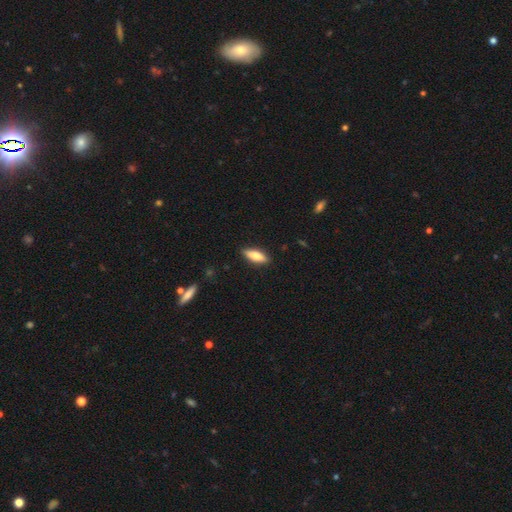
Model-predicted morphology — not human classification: Overall: smooth (75%). How rounded: in between (60%; cigar-shaped 38%). Merging: none (88%).